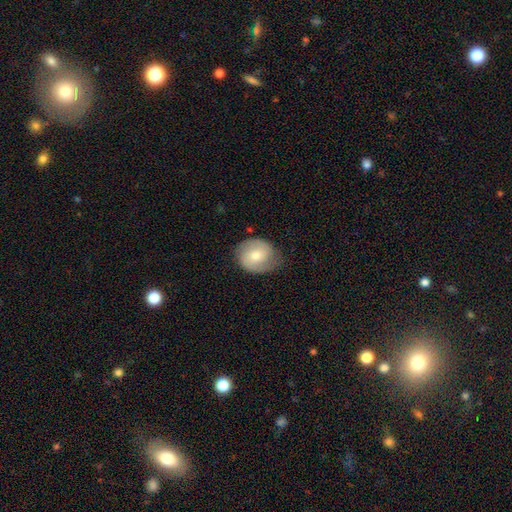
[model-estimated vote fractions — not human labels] Smooth or featured?
  - featured or disk: 53% *
  - smooth: 41%
  - star or artifact: 6%
Edge-on disk?
  - no: 97% *
  - yes: 3%
Bar?
  - no: 57% *
  - weak: 35%
  - strong: 8%
Spiral arms?
  - yes: 86% *
  - no: 14%
Bulge size?
  - moderate: 60% *
  - small: 33%
  - large: 4%
  - none: 2%
  - dominant: 1%
Merging?
  - none: 71% *
  - minor disturbance: 21%
  - major disturbance: 6%
  - merger: 1%